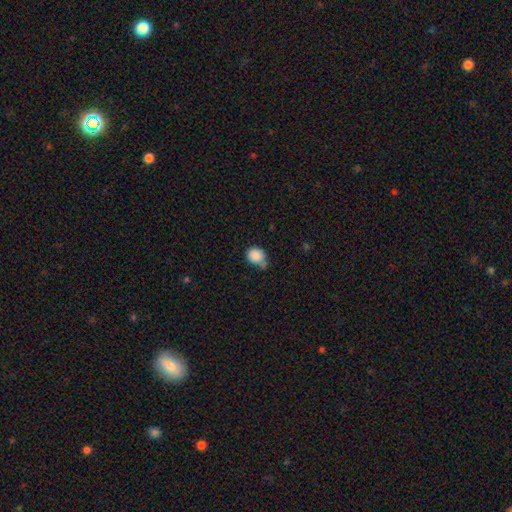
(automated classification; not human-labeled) Smooth or featured: smooth — 87% (star or artifact — 9%)
How rounded: round — 72% (in between — 27%)
Merging: none — 51% (minor disturbance — 31%)